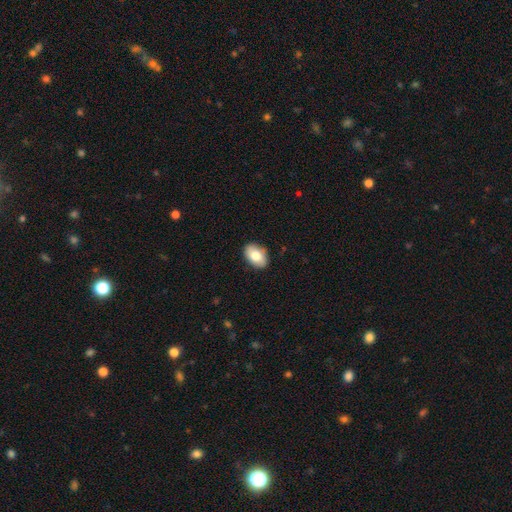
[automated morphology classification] Smooth or featured?
  - smooth: 80% *
  - featured or disk: 13%
  - star or artifact: 7%
How rounded?
  - in between: 87% *
  - round: 11%
  - cigar-shaped: 1%
Merging?
  - none: 85% *
  - minor disturbance: 11%
  - major disturbance: 2%
  - merger: 1%